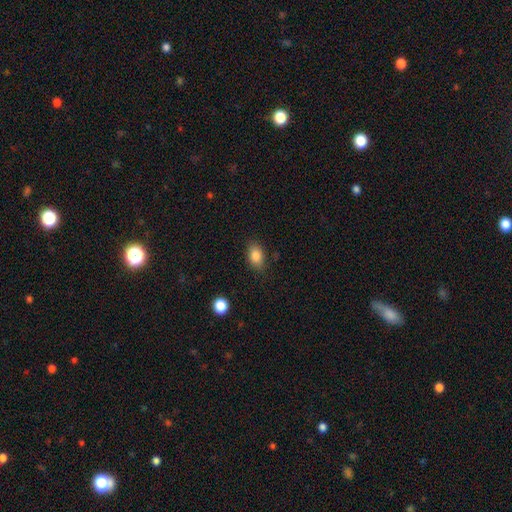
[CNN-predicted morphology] Smooth or featured?
  - smooth: 84% *
  - star or artifact: 9%
  - featured or disk: 7%
How rounded?
  - in between: 83% *
  - round: 15%
  - cigar-shaped: 2%
Merging?
  - none: 84% *
  - minor disturbance: 12%
  - major disturbance: 3%
  - merger: 1%